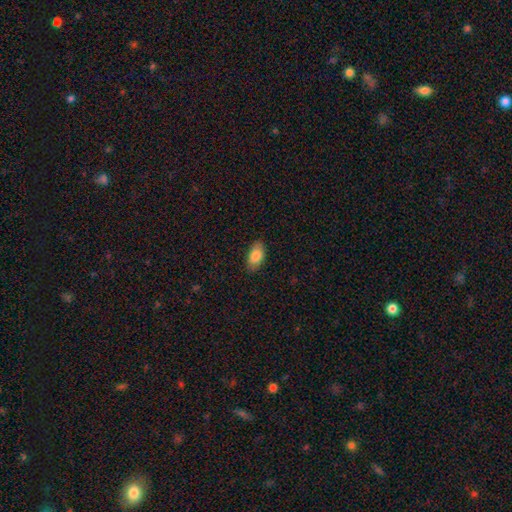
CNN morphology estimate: Overall: smooth (85%). How rounded: in between (92%). Merging: none (85%).